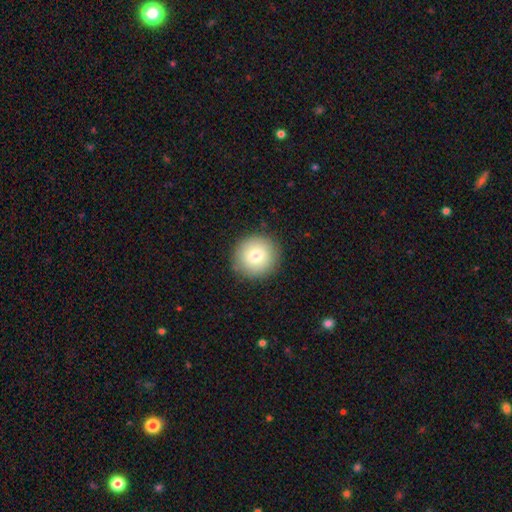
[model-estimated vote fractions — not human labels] A smooth galaxy with no disk features (79%) that is round (93%).

Vote fractions:
- Smooth or featured? smooth: 79% / featured or disk: 12% / star or artifact: 9%
- How rounded? round: 93% / in between: 6% / cigar-shaped: 1%
- Merging? none: 89% / minor disturbance: 7% / major disturbance: 2% / merger: 1%